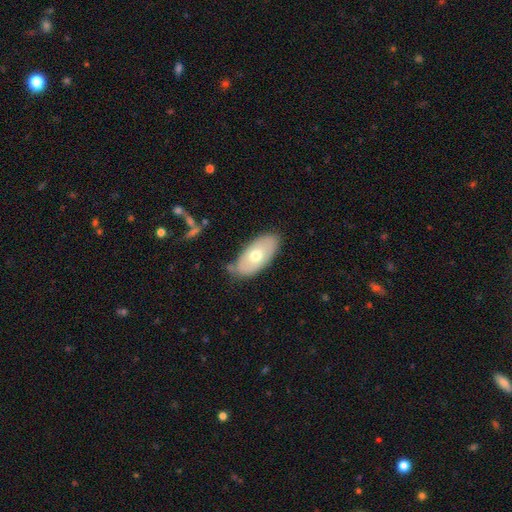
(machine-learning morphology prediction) Smooth or featured: smooth — 58% (featured or disk — 36%)
How rounded: in between — 93% (cigar-shaped — 4%)
Merging: none — 76% (minor disturbance — 18%)